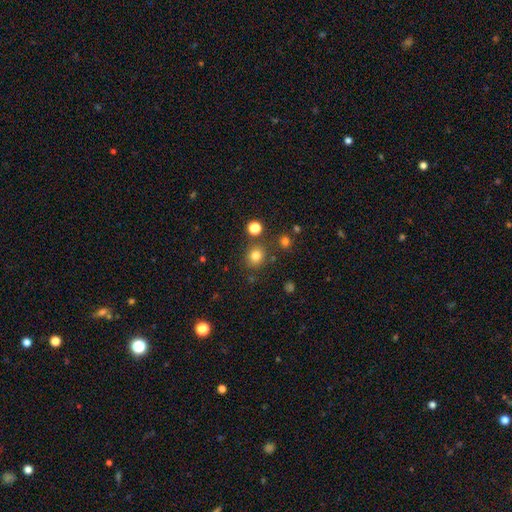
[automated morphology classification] A smooth galaxy with no disk features (79%) that is round (83%).

Vote fractions:
- Smooth or featured? smooth: 79% / star or artifact: 15% / featured or disk: 6%
- How rounded? round: 83% / in between: 16% / cigar-shaped: 1%
- Merging? none: 82% / minor disturbance: 9% / merger: 6% / major disturbance: 3%